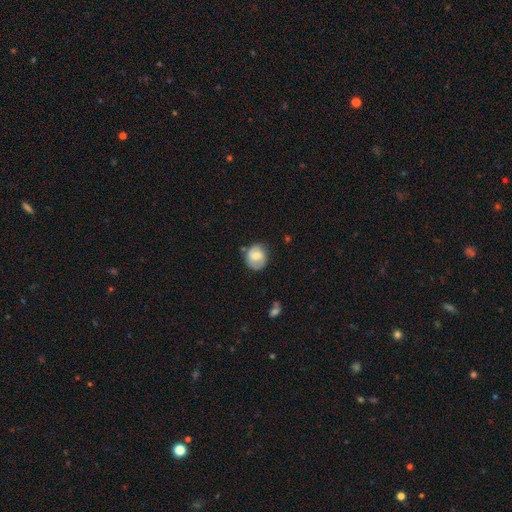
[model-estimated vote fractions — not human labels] Morphology: type=smooth (59%); roundness=round (73%); merging=none (67%).